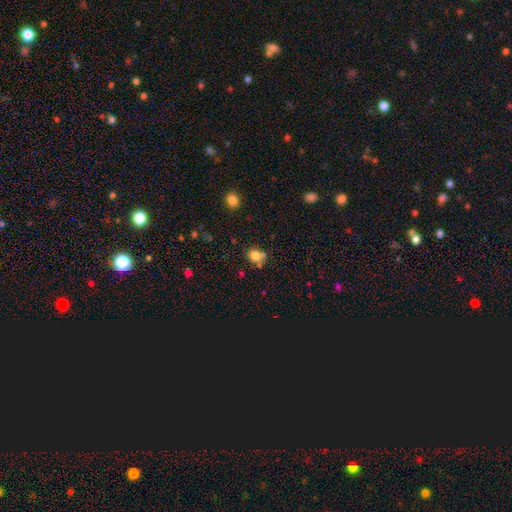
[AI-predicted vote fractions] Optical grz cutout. It shows a smooth galaxy with no disk features (79%) that is round (63%). Merging: none (60%).